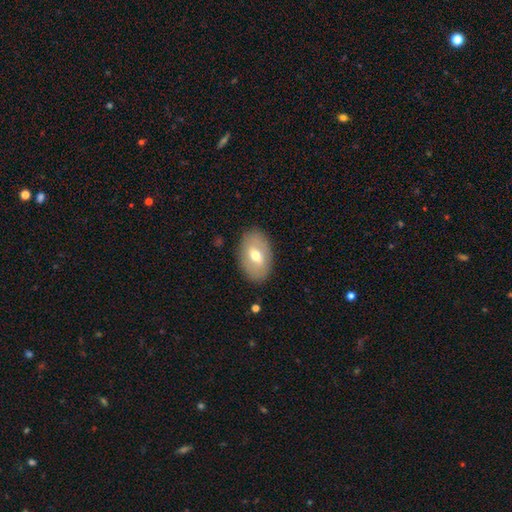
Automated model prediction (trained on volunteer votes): Smooth or featured? smooth (57%)
How rounded? in between (89%)
Merging? none (85%)